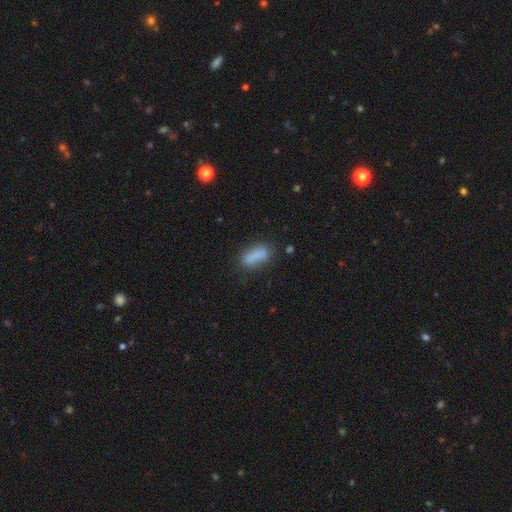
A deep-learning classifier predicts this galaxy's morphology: Q: Smooth or featured?
A: smooth (78%); runner-up: featured or disk (13%)
Q: How rounded?
A: in between (73%); runner-up: cigar-shaped (24%)
Q: Merging?
A: none (56%); runner-up: minor disturbance (24%)